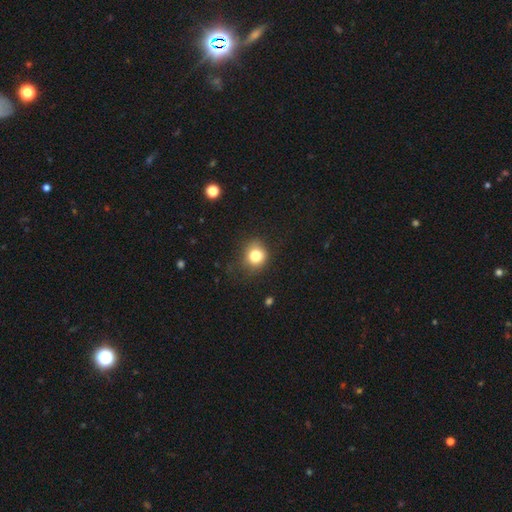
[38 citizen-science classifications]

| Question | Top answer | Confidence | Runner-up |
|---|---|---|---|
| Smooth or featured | smooth | 82% | featured or disk (11%) |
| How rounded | round | 84% | in between (16%) |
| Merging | none | 74% | minor disturbance (11%) |